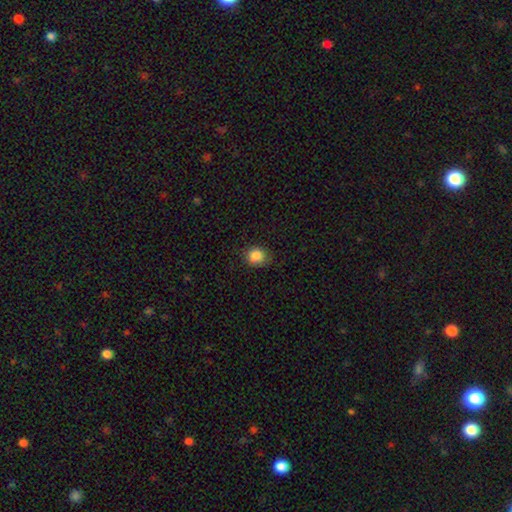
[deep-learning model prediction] Smooth or featured? smooth (87%)
How rounded? round (74%)
Merging? none (80%)